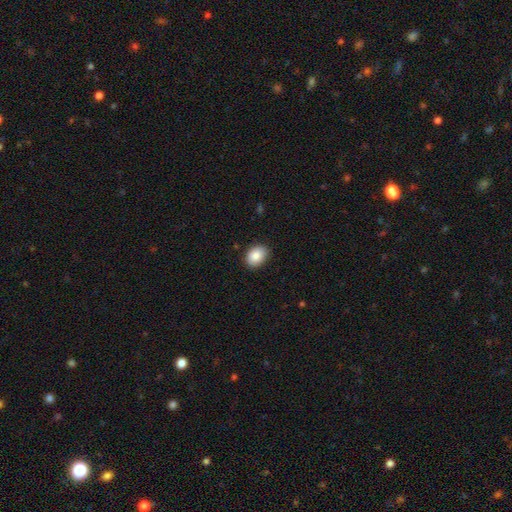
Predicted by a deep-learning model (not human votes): This appears to be a smooth galaxy with no disk features (87%) that is in between round and cigar-shaped (68%). Merging: none (85%).